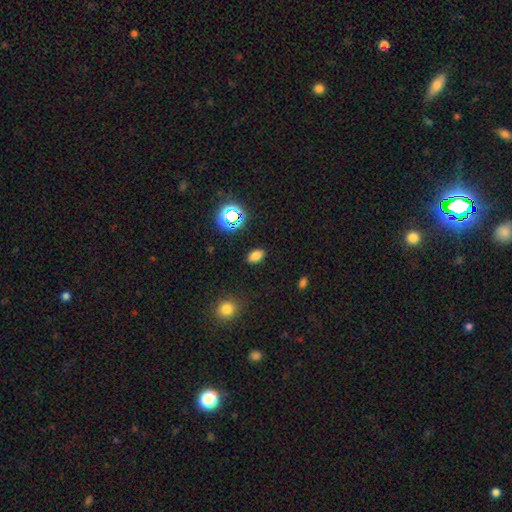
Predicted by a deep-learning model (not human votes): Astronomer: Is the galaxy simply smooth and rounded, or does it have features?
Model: smooth — 75%.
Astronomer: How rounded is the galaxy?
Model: in between — 87%.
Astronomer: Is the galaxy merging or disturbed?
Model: none — 87%.